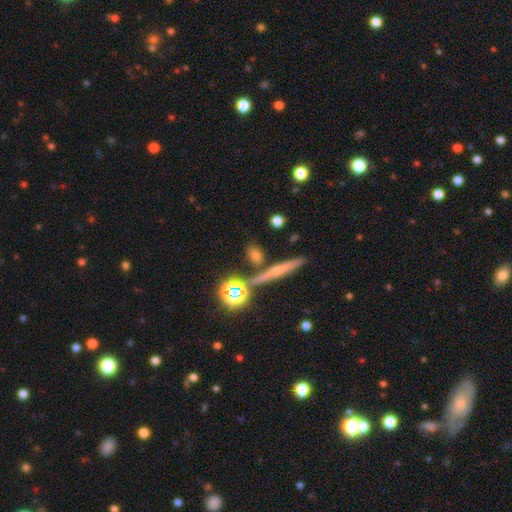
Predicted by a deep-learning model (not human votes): This is likely a smooth galaxy (64%). How rounded: marginally cigar-shaped (36%). Merging: likely none (74%).